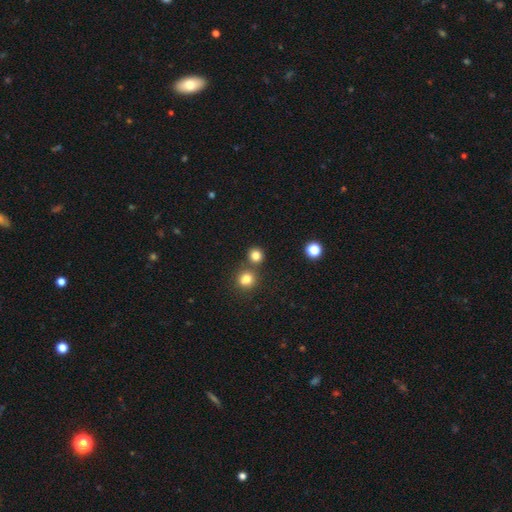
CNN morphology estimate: Smooth or featured: smooth — 80% (star or artifact — 15%)
How rounded: round — 89% (in between — 10%)
Merging: none — 72% (merger — 19%)